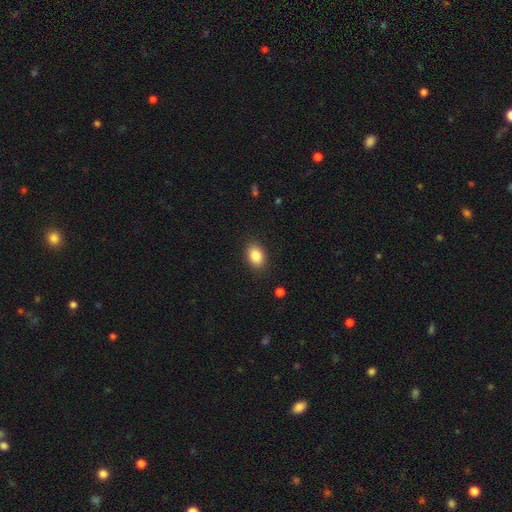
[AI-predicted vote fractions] The model was most divided on "how rounded": in between: 81%, round: 18%, cigar-shaped: 1%. More confident: merging — none (88%); smooth or featured — smooth (87%).